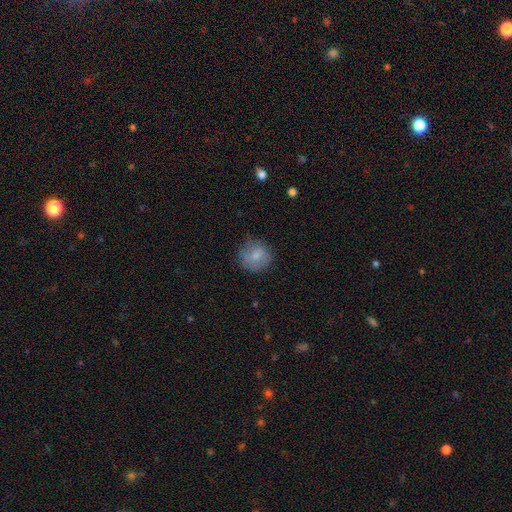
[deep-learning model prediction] Smooth or featured: smooth — 79% (featured or disk — 14%)
How rounded: round — 89% (in between — 10%)
Merging: none — 76% (minor disturbance — 17%)